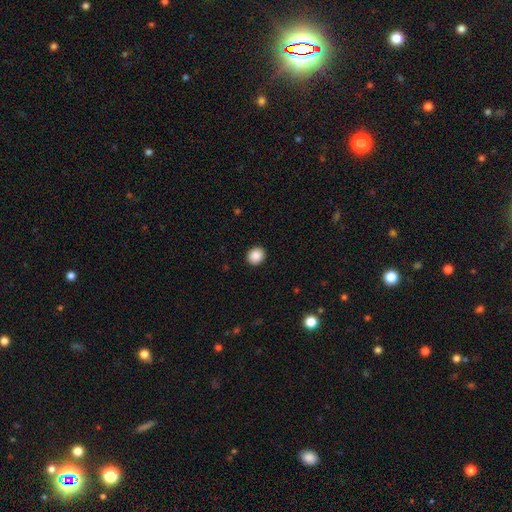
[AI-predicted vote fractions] Smooth or featured? smooth (89%)
How rounded? round (78%)
Merging? none (92%)